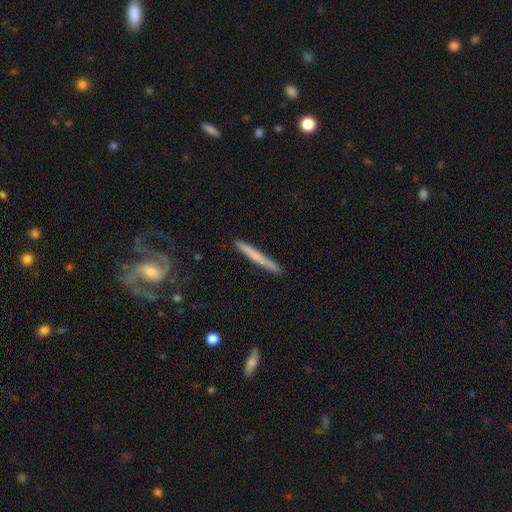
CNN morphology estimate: smooth-or-featured: smooth: 55% | featured or disk: 39% | star or artifact: 6%
  how-rounded: cigar-shaped: 96% | in between: 2% | round: 1%
  merging: none: 86% | minor disturbance: 10% | major disturbance: 2% | merger: 2%